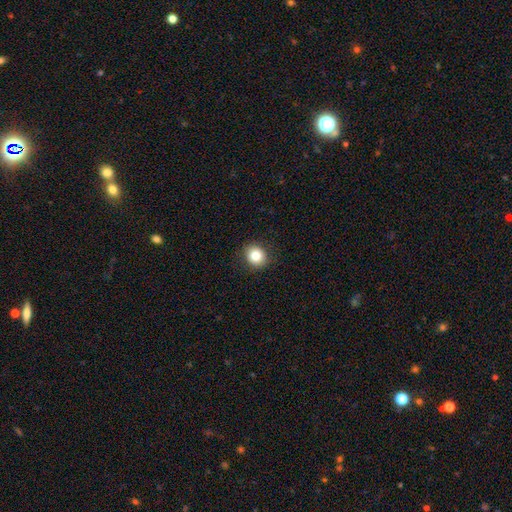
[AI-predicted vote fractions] smooth_or_featured: smooth (p=0.83) [alt: star or artifact p=0.10]
how_rounded: round (p=0.79) [alt: in between p=0.20]
merging: none (p=0.90) [alt: minor disturbance p=0.07]